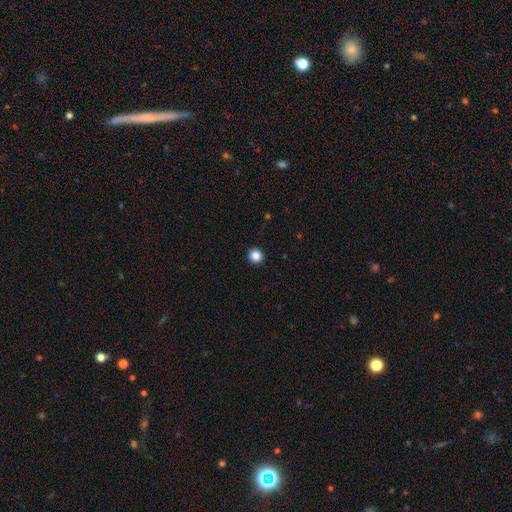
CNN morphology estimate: A smooth galaxy with no disk features (86%) that is round (94%). Merging: none (94%).